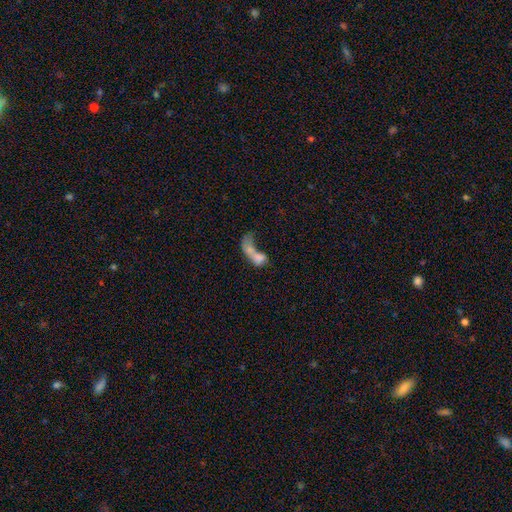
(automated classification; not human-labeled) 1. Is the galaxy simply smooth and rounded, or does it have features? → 58% smooth, 31% featured or disk, 11% star or artifact.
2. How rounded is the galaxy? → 72% in between, 16% round, 11% cigar-shaped.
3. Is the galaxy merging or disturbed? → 68% merger, 17% major disturbance, 10% none, 5% minor disturbance.